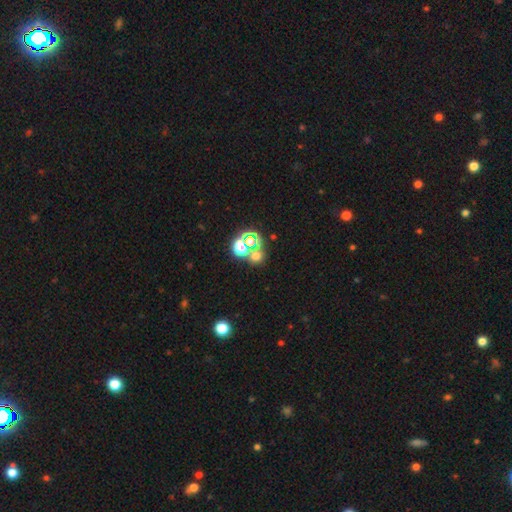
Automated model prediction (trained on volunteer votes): Q: Smooth or featured?
A: smooth (47%); runner-up: star or artifact (44%)
Q: Merging?
A: none (58%); runner-up: merger (30%)